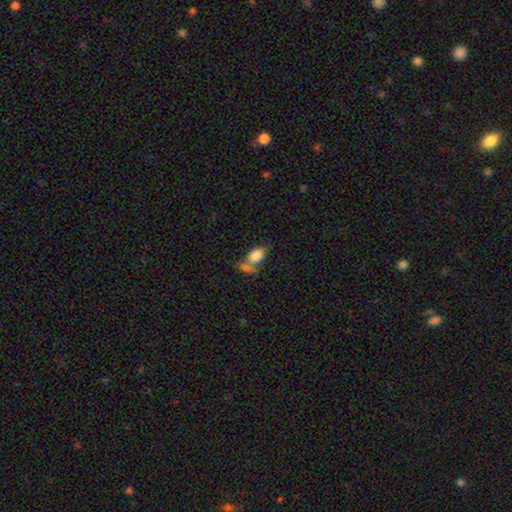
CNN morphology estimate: The model was most divided on "merging": merger: 49%, none: 32%, minor disturbance: 12%, major disturbance: 8%. More confident: how rounded — in between (85%); smooth or featured — smooth (82%).